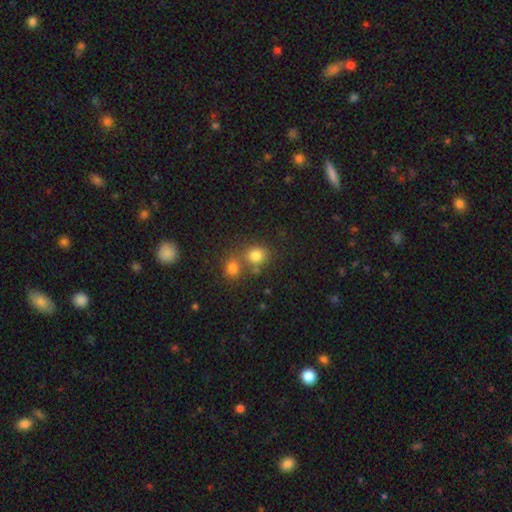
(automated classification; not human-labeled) Morphology: type=smooth (79%); roundness=round (78%); merging=none (53%).